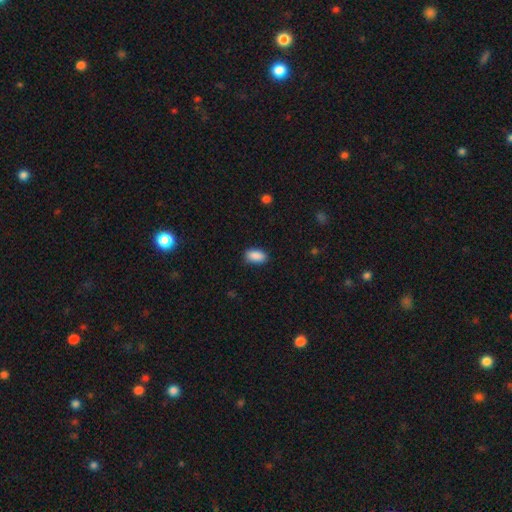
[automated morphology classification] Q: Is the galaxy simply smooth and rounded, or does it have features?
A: smooth — 90%.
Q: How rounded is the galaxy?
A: in between — 93%.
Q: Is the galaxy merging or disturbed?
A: none — 86%.